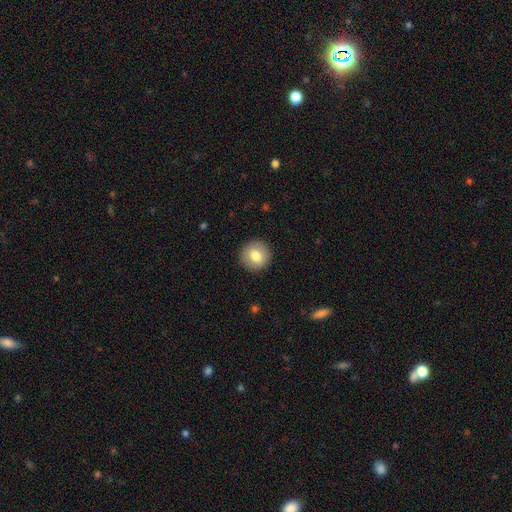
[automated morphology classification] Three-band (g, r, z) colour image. It shows a smooth galaxy with no disk features (77%) that is round (93%). Merging: none (91%).